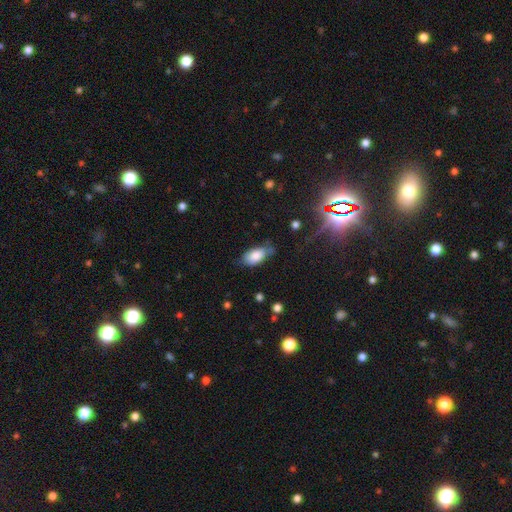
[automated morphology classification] Smooth or featured? Predicted: smooth (p=0.81). How rounded? Predicted: in between (p=0.92). Merging? Predicted: none (p=0.58).